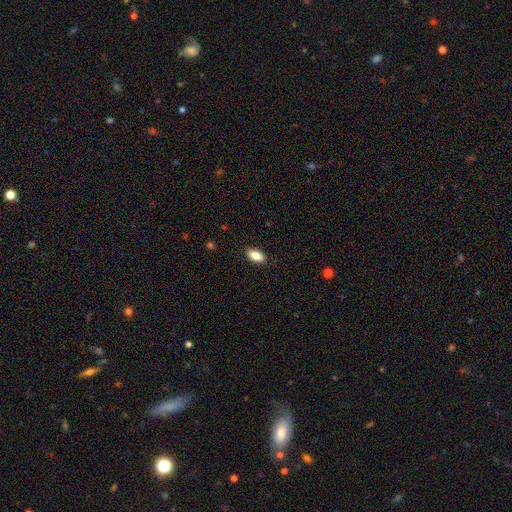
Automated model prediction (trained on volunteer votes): Smooth or featured?
  - smooth: 83% *
  - featured or disk: 10%
  - star or artifact: 7%
How rounded?
  - in between: 90% *
  - cigar-shaped: 7%
  - round: 3%
Merging?
  - none: 89% *
  - minor disturbance: 8%
  - major disturbance: 2%
  - merger: 1%